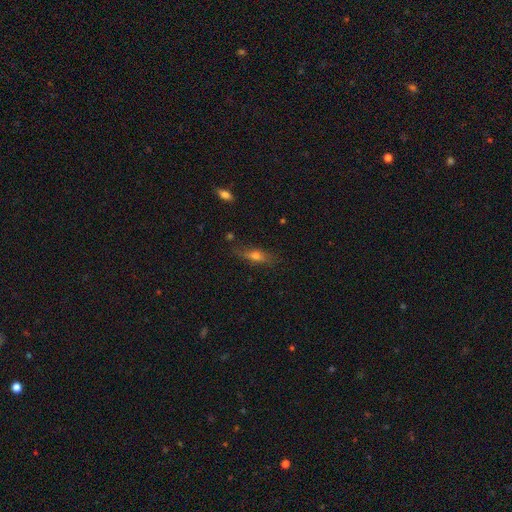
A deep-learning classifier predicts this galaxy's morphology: Smooth or featured?
  - smooth: 55% *
  - featured or disk: 35%
  - star or artifact: 11%
How rounded?
  - cigar-shaped: 53% *
  - in between: 43%
  - round: 4%
Merging?
  - none: 76% *
  - minor disturbance: 17%
  - major disturbance: 5%
  - merger: 2%